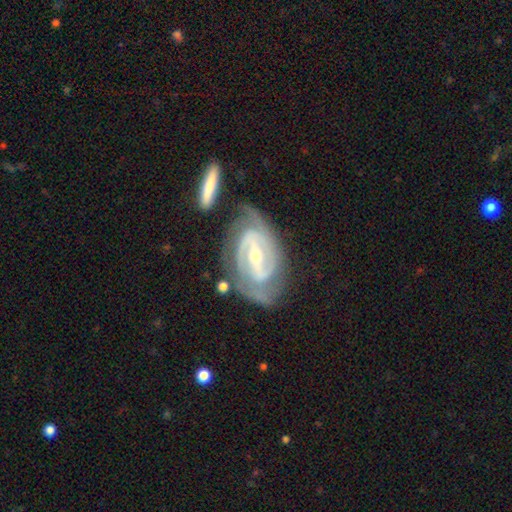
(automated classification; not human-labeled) featured or disk 90%, smooth 5%, star or artifact 5%. Down the decision tree: edge-on disk — no (96%); bar — strong (53%); spiral arms — yes (97%); spiral arm count — 2 (78%); spiral winding — tight (57%); bulge size — moderate (50%); merging — none (68%).